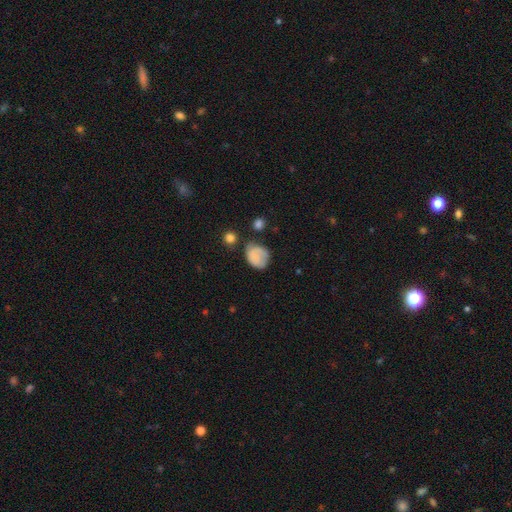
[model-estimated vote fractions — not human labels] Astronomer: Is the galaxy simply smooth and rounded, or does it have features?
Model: smooth — 72%.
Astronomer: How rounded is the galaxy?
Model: in between — 52% (runner-up: round, 47%).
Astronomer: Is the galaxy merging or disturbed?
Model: none — 50% (runner-up: minor disturbance, 31%).